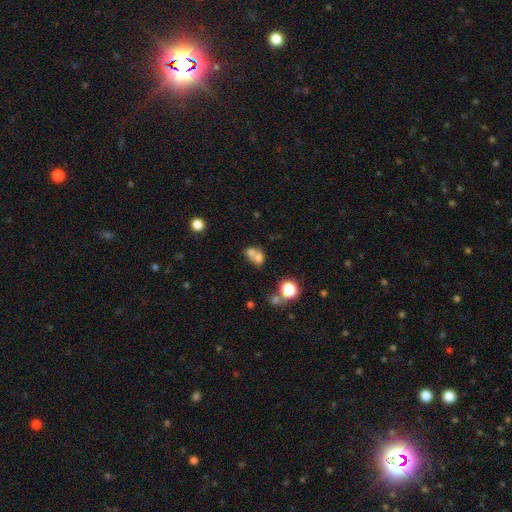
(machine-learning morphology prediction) smooth-or-featured: smooth: 66% | featured or disk: 19% | star or artifact: 15%
  how-rounded: round: 54% | in between: 45% | cigar-shaped: 1%
  merging: merger: 62% | none: 26% | minor disturbance: 7% | major disturbance: 5%